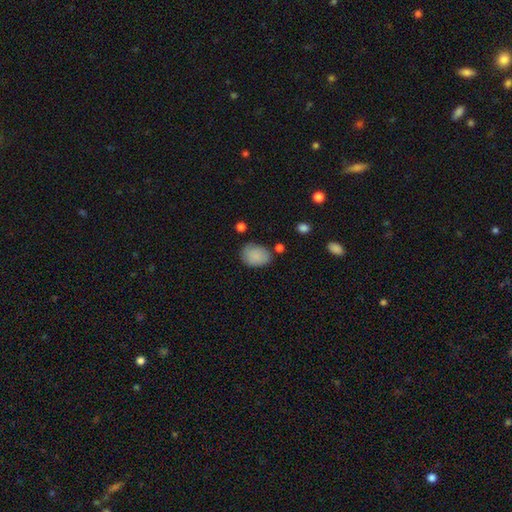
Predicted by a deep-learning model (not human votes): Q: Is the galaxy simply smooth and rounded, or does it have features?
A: smooth — 86%.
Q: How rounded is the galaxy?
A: in between — 68%.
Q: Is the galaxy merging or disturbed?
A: none — 68%.